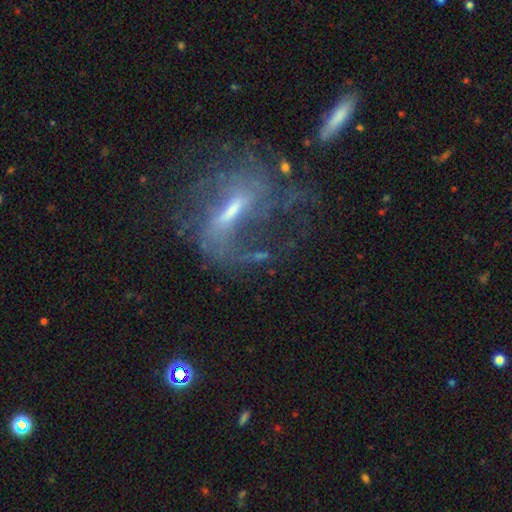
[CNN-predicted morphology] type=featured or disk (74%); edge-on=no (87%); bar=strong (52%); spiral arms=yes (73%); bulge=small (42%); merging=none (43%).